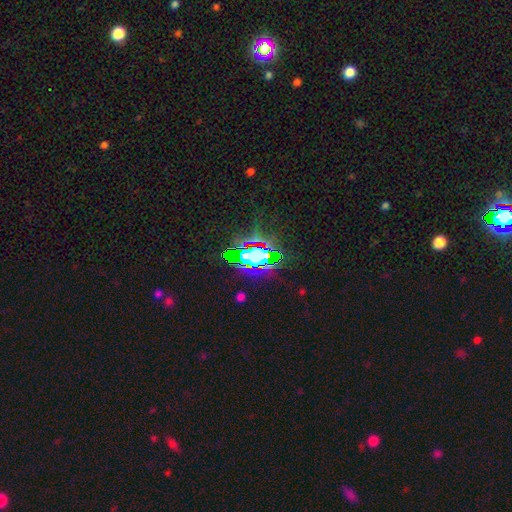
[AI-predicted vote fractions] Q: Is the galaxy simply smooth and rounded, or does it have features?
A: star or artifact — 62%.